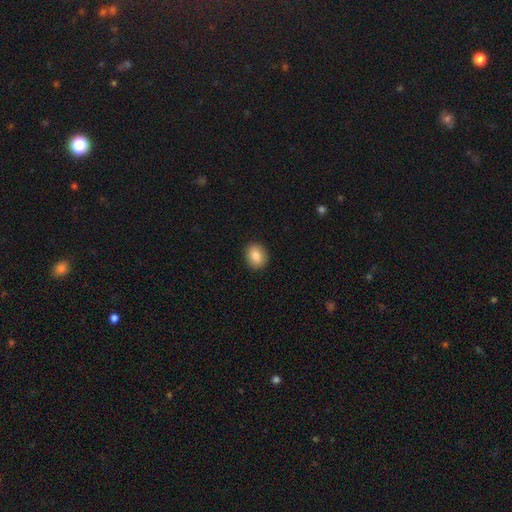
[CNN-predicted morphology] smooth 84%, star or artifact 8%, featured or disk 7%. Down the decision tree: how rounded — round (53%); merging — none (91%).